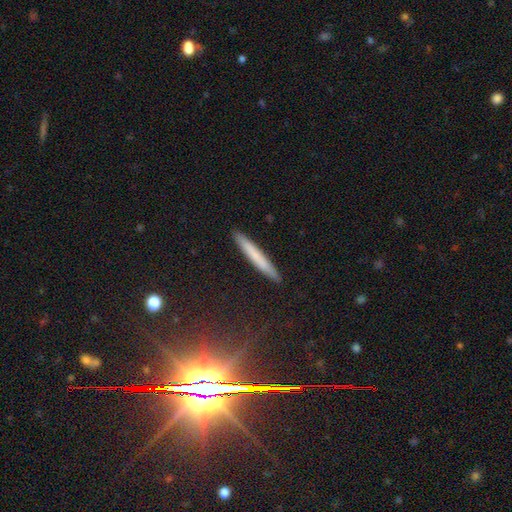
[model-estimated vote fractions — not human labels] Smooth or featured? smooth (68%)
How rounded? cigar-shaped (96%)
Merging? none (92%)